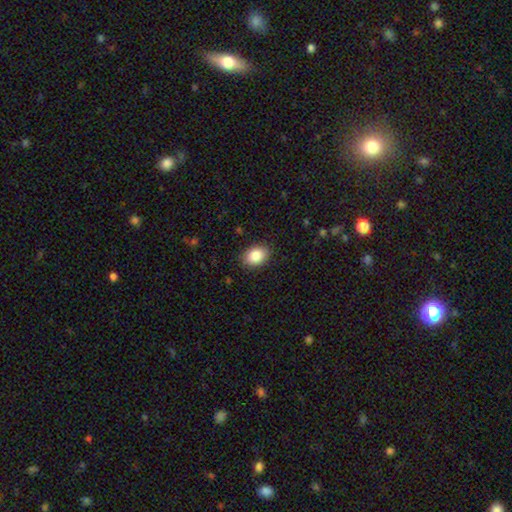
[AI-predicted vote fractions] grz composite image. It shows a smooth galaxy with no disk features (86%) that is in between round and cigar-shaped (76%). Merging: none (88%).